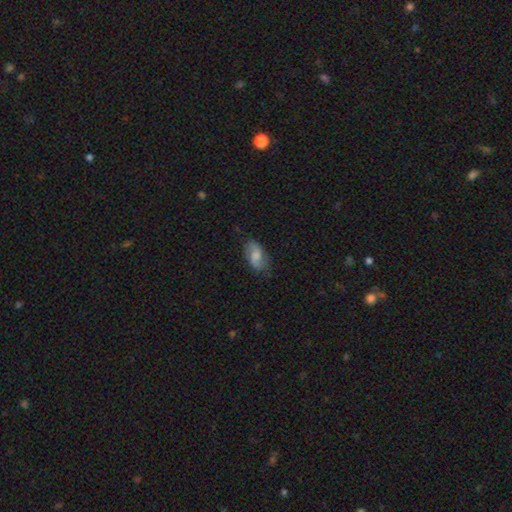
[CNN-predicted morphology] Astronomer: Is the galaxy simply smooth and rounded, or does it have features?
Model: smooth — 54% (runner-up: featured or disk, 38%).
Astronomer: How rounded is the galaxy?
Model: in between — 92%.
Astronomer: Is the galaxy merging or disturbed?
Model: none — 70%.